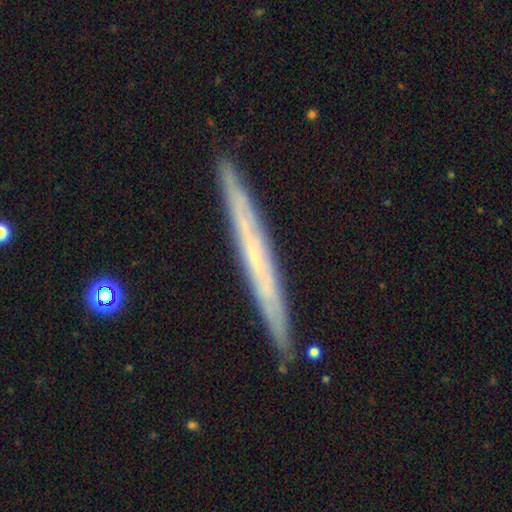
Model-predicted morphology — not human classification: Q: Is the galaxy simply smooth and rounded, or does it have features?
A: featured or disk — 62%.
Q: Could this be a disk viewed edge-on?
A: yes — 94%.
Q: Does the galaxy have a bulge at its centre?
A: none — 80%.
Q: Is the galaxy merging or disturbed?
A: none — 90%.